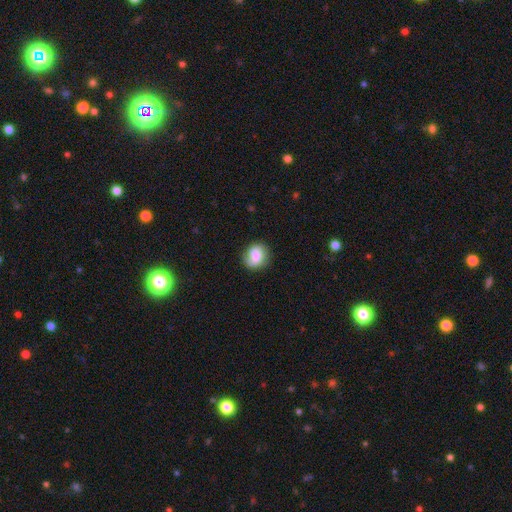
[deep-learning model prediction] Overall: smooth (70%). How rounded: round (64%; in between 35%). Merging: none (74%).